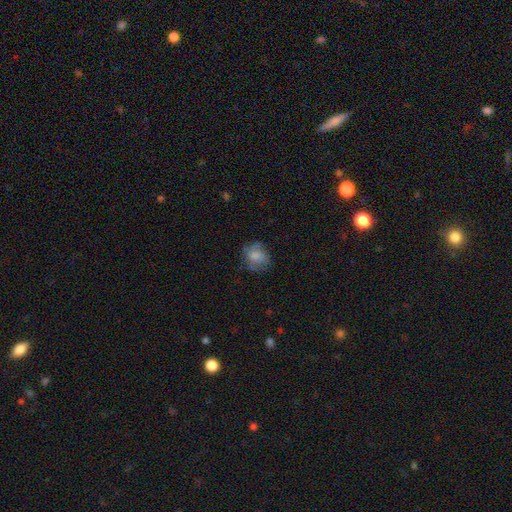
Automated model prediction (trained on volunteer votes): Morphology: type=smooth (76%); roundness=round (58%); merging=none (64%).